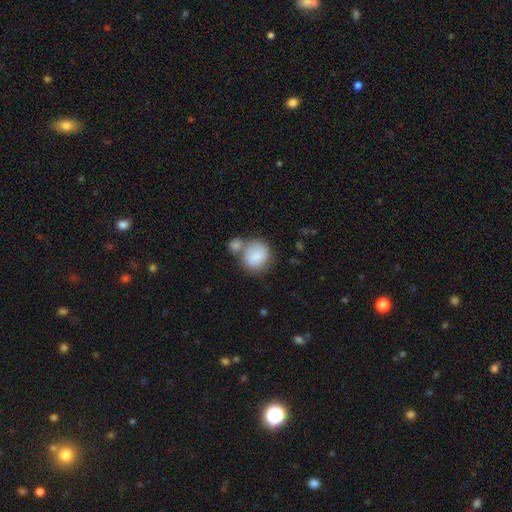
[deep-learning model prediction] Smooth or featured? smooth (81%)
How rounded? round (78%)
Merging? merger (42%)